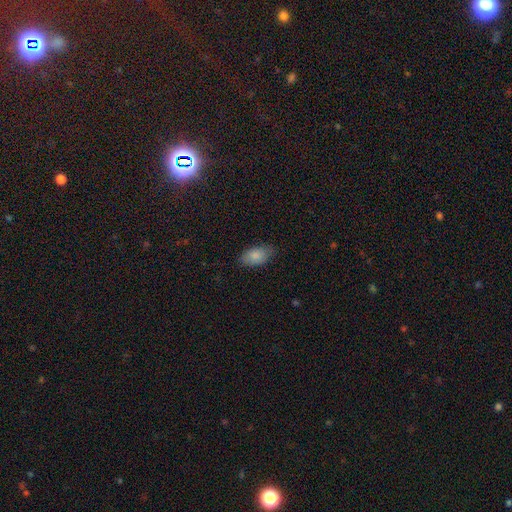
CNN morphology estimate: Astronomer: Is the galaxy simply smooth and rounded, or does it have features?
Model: smooth — 85%.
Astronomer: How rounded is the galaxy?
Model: in between — 93%.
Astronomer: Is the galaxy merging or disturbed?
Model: none — 75%.